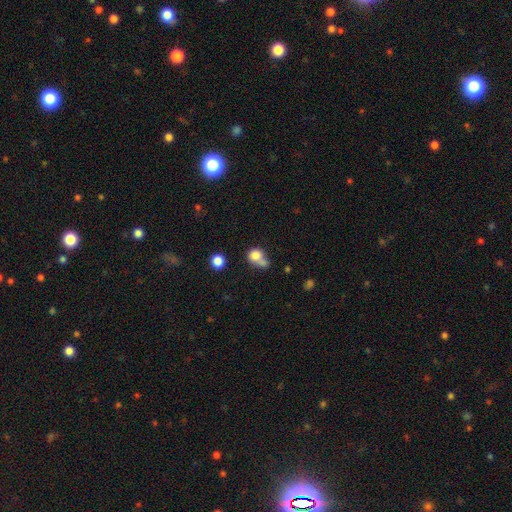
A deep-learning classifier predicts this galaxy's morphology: smooth 78%, star or artifact 11%, featured or disk 11%. Down the decision tree: how rounded — round (70%); merging — merger (46%).